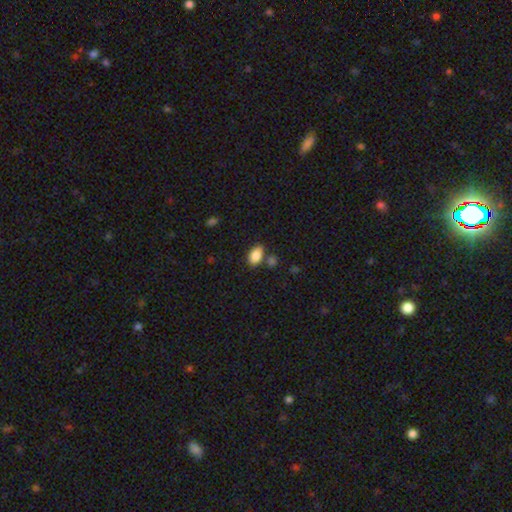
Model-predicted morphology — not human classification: Smooth or featured? Predicted: smooth (p=0.86). How rounded? Predicted: in between (p=0.90). Merging? Predicted: none (p=0.67).